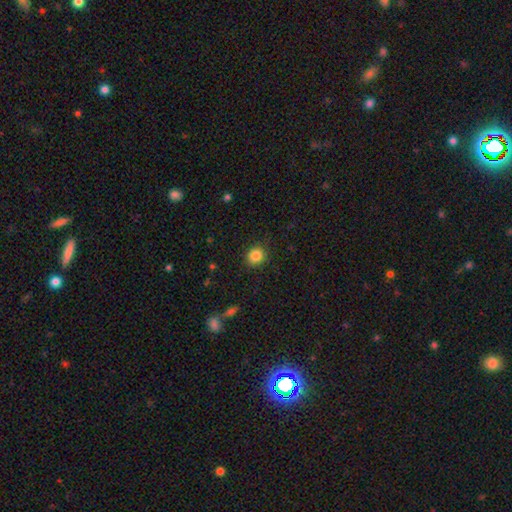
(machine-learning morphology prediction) Smooth or featured?
  - smooth: 85% *
  - star or artifact: 10%
  - featured or disk: 5%
How rounded?
  - round: 81% *
  - in between: 18%
  - cigar-shaped: 1%
Merging?
  - none: 88% *
  - minor disturbance: 8%
  - major disturbance: 2%
  - merger: 1%